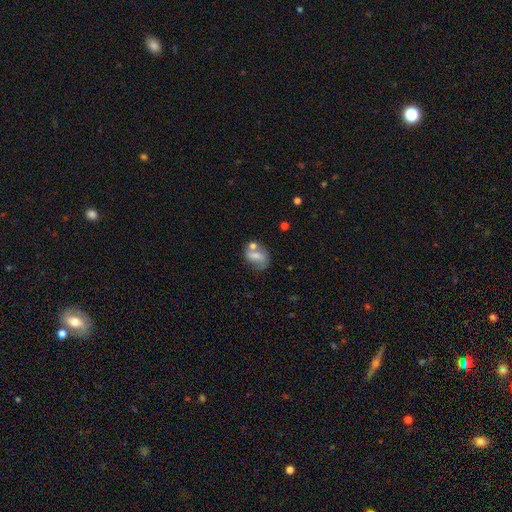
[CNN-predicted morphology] The model was most divided on "merging": none: 47%, merger: 23%, minor disturbance: 20%, major disturbance: 10%. More confident: how rounded — in between (67%); smooth or featured — smooth (58%).